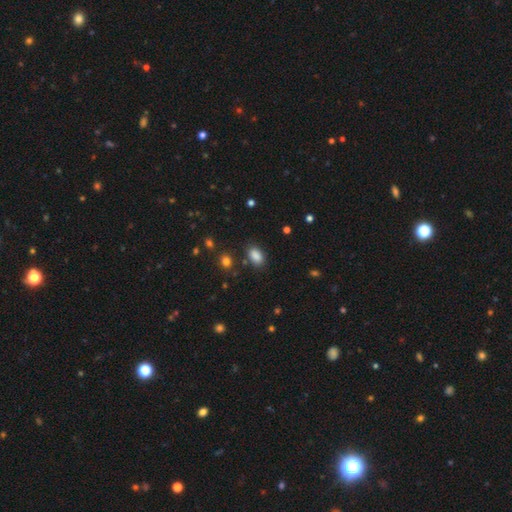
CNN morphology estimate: type=smooth (86%); roundness=in between (89%); merging=none (82%).